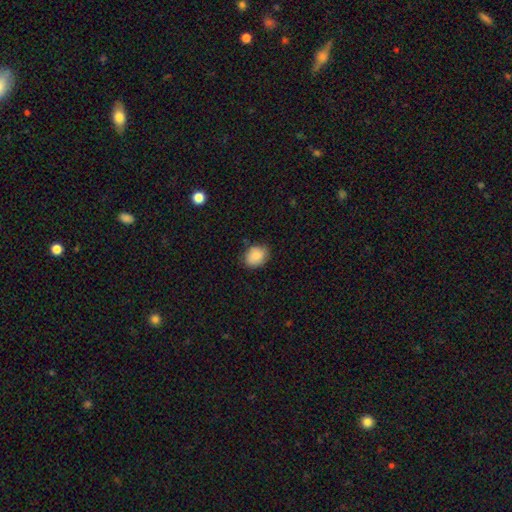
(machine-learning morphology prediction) Smooth or featured: smooth — 86% (star or artifact — 8%)
How rounded: round — 53% (in between — 46%)
Merging: none — 77% (minor disturbance — 18%)